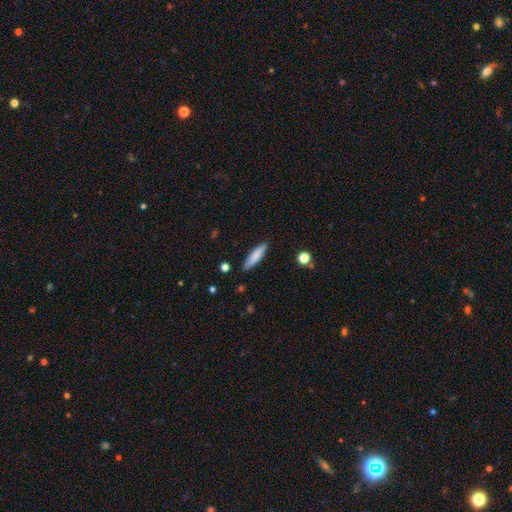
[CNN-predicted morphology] Smooth or featured: smooth — 80% (featured or disk — 14%)
How rounded: cigar-shaped — 76% (in between — 23%)
Merging: none — 87% (minor disturbance — 10%)